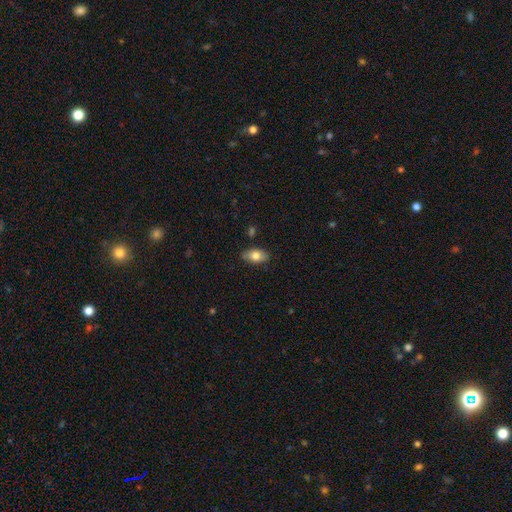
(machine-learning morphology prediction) Smooth or featured? Predicted: smooth (p=0.78). How rounded? Predicted: in between (p=0.91). Merging? Predicted: none (p=0.84).